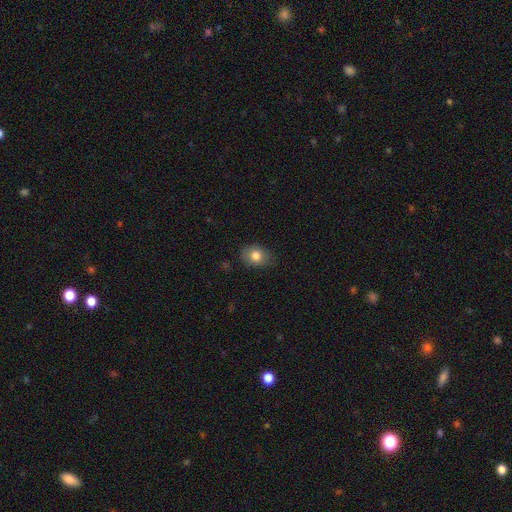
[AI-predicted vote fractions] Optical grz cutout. It shows a smooth galaxy with no disk features (80%) that is in between round and cigar-shaped (65%). Merging: none (78%).